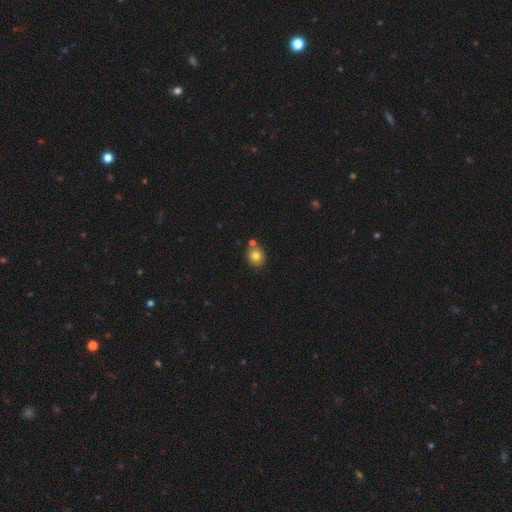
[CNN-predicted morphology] This is likely a smooth galaxy (79%). How rounded: likely round (75%). Merging: likely none (71%).